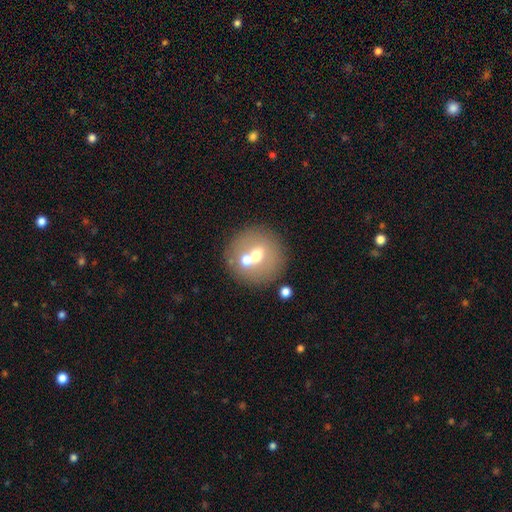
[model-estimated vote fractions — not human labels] smooth-or-featured: smooth: 58% | featured or disk: 31% | star or artifact: 12%
  how-rounded: round: 91% | in between: 8% | cigar-shaped: 1%
  merging: none: 66% | merger: 21% | minor disturbance: 9% | major disturbance: 4%